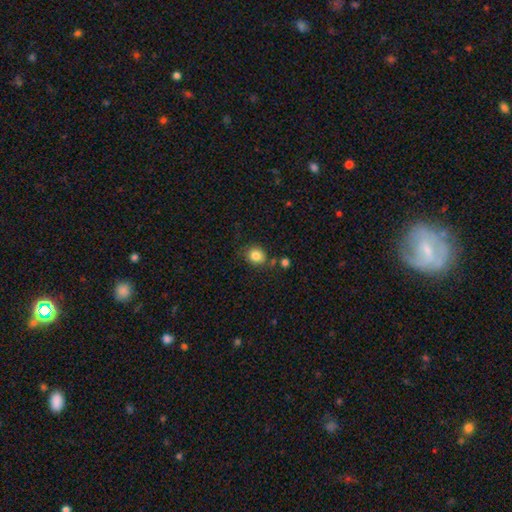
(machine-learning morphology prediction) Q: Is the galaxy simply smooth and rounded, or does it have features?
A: smooth — 83%.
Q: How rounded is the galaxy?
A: round — 67%.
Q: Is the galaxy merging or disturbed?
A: none — 73%.